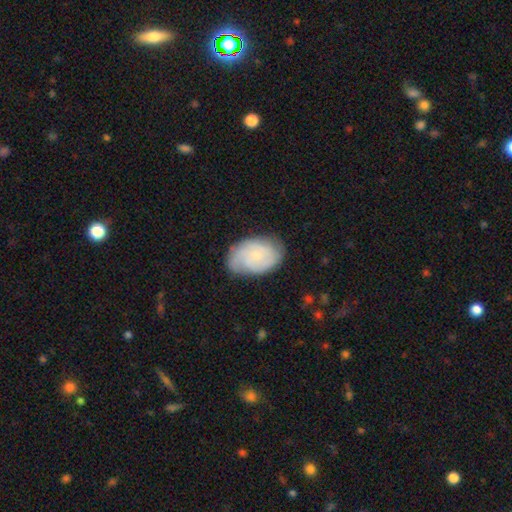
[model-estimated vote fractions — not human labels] smooth-or-featured: featured or disk: 60% | smooth: 33% | star or artifact: 6%
  disk-edge-on: no: 97% | yes: 3%
    bar: no: 74% | weak: 23% | strong: 3%
    has-spiral-arms: yes: 90% | no: 10%
      spiral-winding: tight: 59% | medium: 31% | loose: 9%
      spiral-arm-count: 2: 39% | can't tell: 34% | 3: 14% | 1: 6% | 4: 4% | more than 4: 3%
    bulge-size: small: 69% | moderate: 22% | none: 6% | large: 1% | dominant: 1%
  merging: none: 71% | minor disturbance: 22% | major disturbance: 6% | merger: 1%